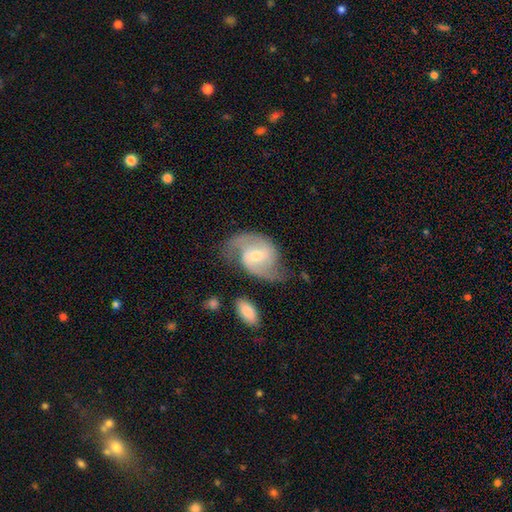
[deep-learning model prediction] Smooth or featured?
  - featured or disk: 86% *
  - smooth: 9%
  - star or artifact: 5%
Edge-on disk?
  - no: 97% *
  - yes: 3%
Bar?
  - weak: 52% *
  - no: 30%
  - strong: 18%
Spiral arms?
  - yes: 96% *
  - no: 4%
Spiral winding?
  - medium: 52% *
  - loose: 31%
  - tight: 16%
Spiral arm count?
  - 2: 90% *
  - can't tell: 4%
  - 1: 2%
  - 3: 2%
  - 4: 1%
  - more than 4: 1%
Bulge size?
  - moderate: 51% *
  - small: 44%
  - large: 3%
  - none: 2%
  - dominant: 1%
Merging?
  - none: 68% *
  - minor disturbance: 20%
  - major disturbance: 9%
  - merger: 4%